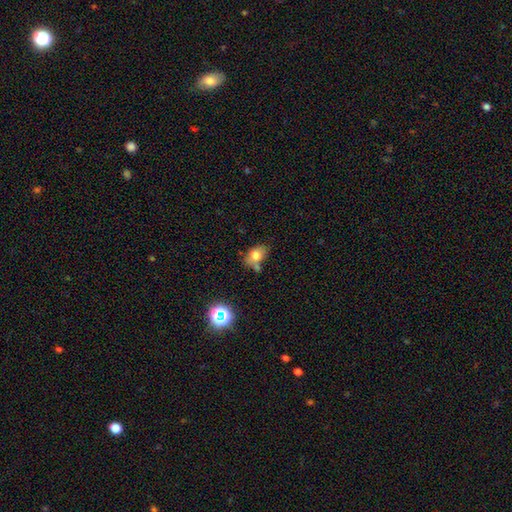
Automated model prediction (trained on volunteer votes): Q: Smooth or featured?
A: smooth (74%); runner-up: featured or disk (14%)
Q: How rounded?
A: in between (71%); runner-up: round (28%)
Q: Merging?
A: none (49%); runner-up: minor disturbance (23%)